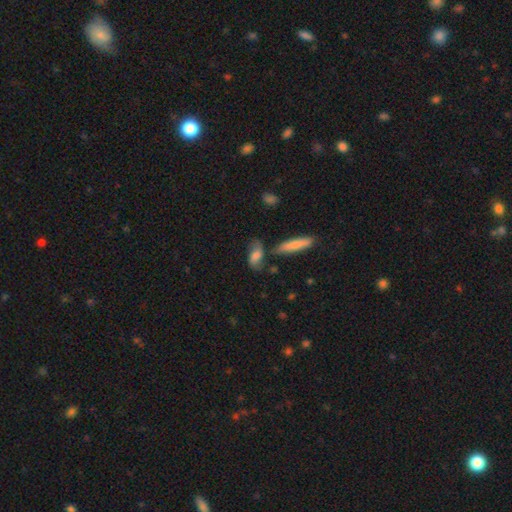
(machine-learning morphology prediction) This is likely a smooth galaxy (61%). How rounded: likely in between (70%). Merging: possibly none (54%).